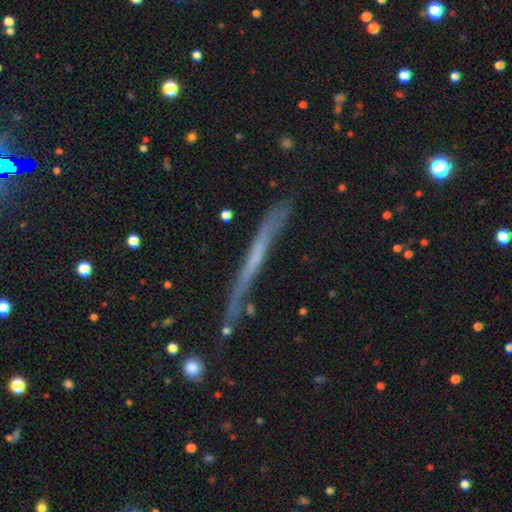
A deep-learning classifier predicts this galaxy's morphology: Overall: featured or disk (53%; smooth 37%). Edge-on disk: yes (92%). Merging: none (72%).